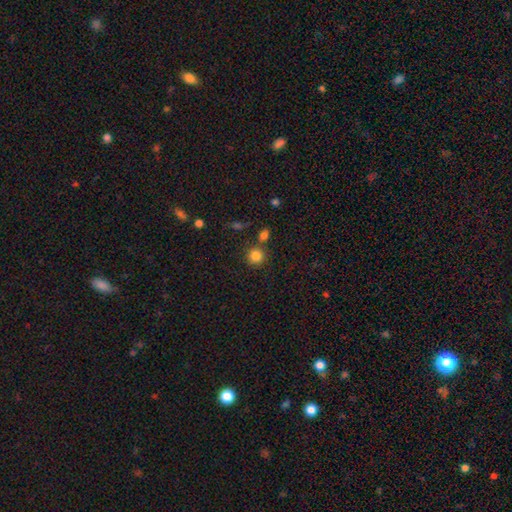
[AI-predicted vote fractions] smooth_or_featured: smooth (p=0.84) [alt: star or artifact p=0.11]
how_rounded: round (p=0.91) [alt: in between p=0.08]
merging: none (p=0.76) [alt: merger p=0.13]